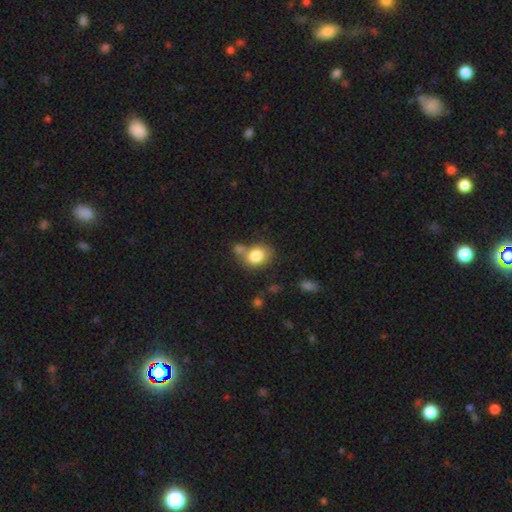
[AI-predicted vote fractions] Morphology: type=smooth (82%); roundness=round (51%); merging=none (53%).